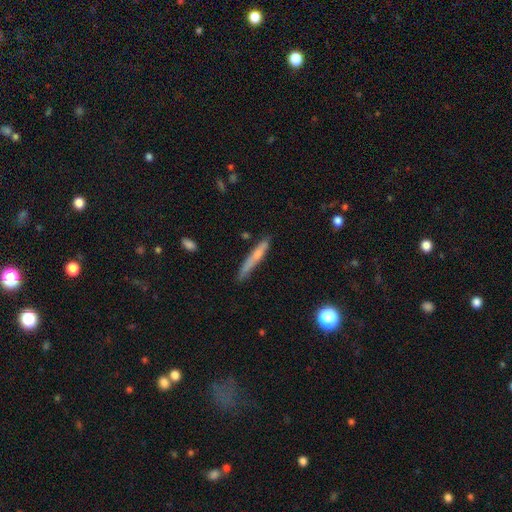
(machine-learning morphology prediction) Smooth or featured? Predicted: smooth (p=0.58). How rounded? Predicted: cigar-shaped (p=0.94). Merging? Predicted: none (p=0.73).